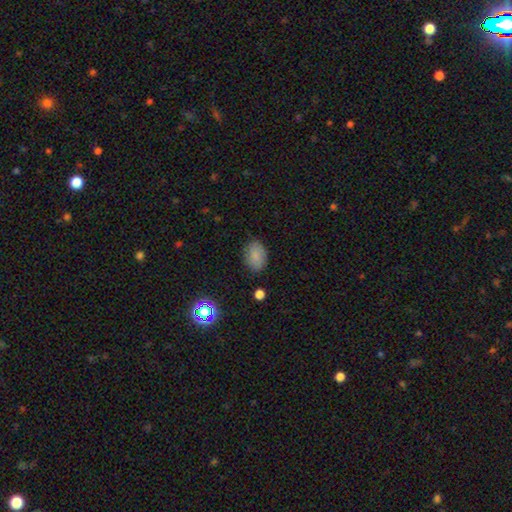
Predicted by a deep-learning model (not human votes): smooth 83%, star or artifact 10%, featured or disk 6%. Down the decision tree: how rounded — in between (79%); merging — none (82%).